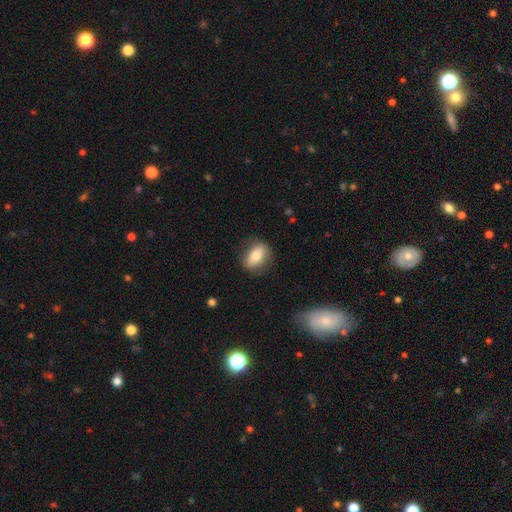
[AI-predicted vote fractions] Q: Smooth or featured?
A: smooth (69%); runner-up: featured or disk (24%)
Q: How rounded?
A: in between (74%); runner-up: round (19%)
Q: Merging?
A: none (81%); runner-up: minor disturbance (14%)